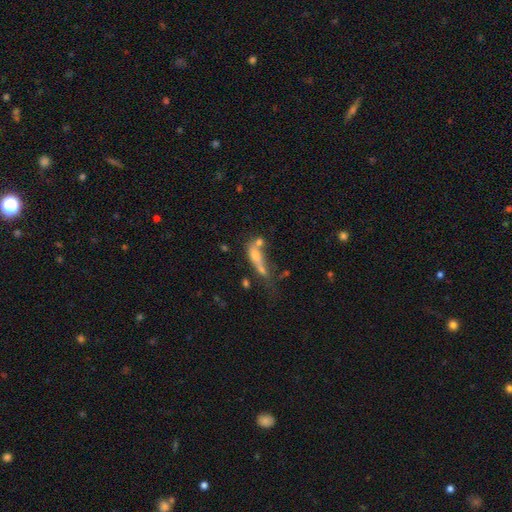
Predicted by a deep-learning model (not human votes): This appears to be a featured or disk galaxy (43%). Merging: merger (35%).